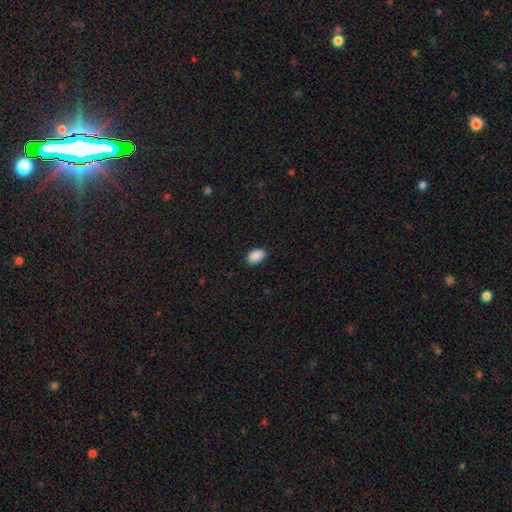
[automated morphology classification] smooth-or-featured: smooth: 89% | star or artifact: 7% | featured or disk: 3%
  how-rounded: in between: 90% | round: 8% | cigar-shaped: 1%
  merging: none: 86% | minor disturbance: 11% | major disturbance: 2% | merger: 1%